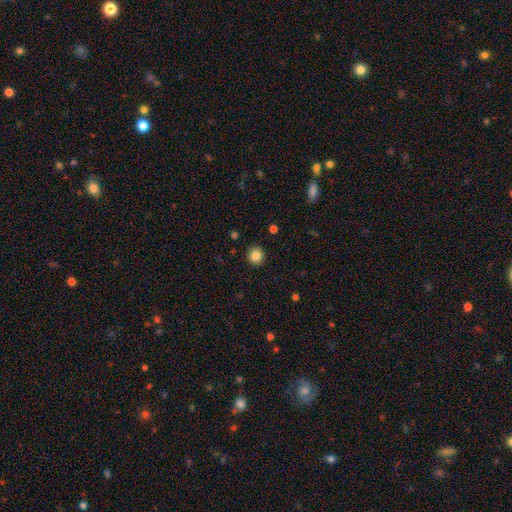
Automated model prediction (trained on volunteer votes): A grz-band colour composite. It shows a smooth galaxy with no disk features (85%) that is round (93%). Merging: none (92%).